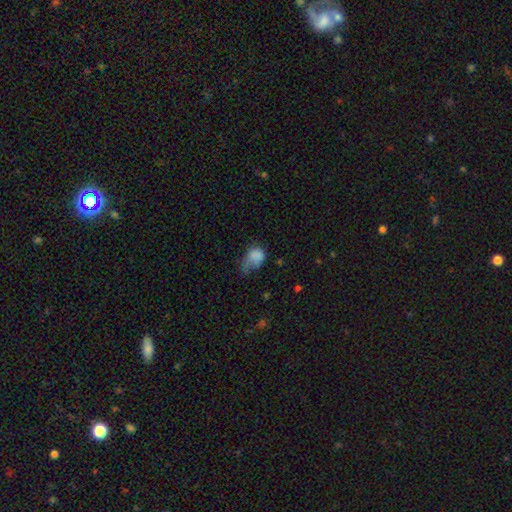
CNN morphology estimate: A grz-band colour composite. It shows a smooth galaxy with no disk features (72%) that is in between round and cigar-shaped (71%). Merging: major disturbance (48%).